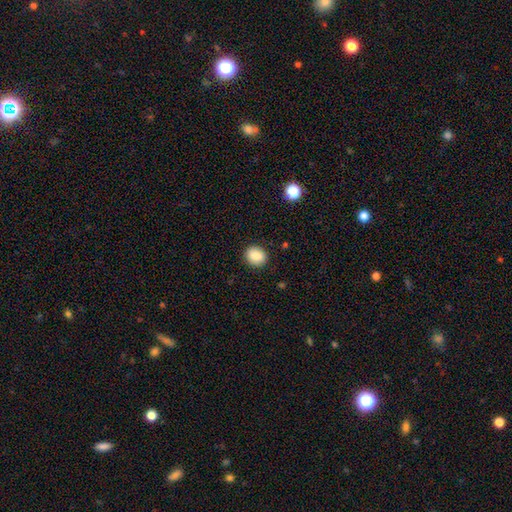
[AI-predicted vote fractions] Overall: smooth (87%). How rounded: round (59%; in between 40%). Merging: none (88%).